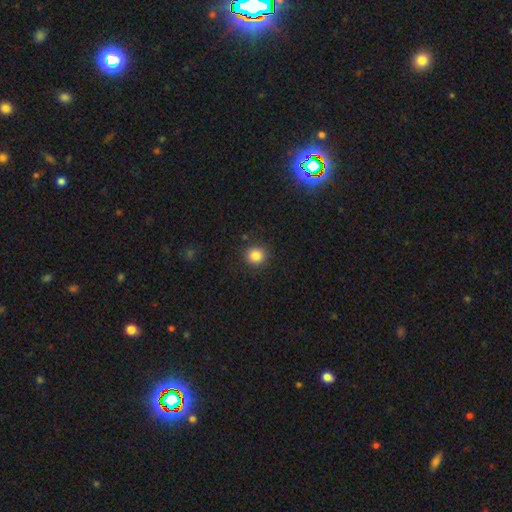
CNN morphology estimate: The model was most divided on "smooth or featured": smooth: 84%, star or artifact: 11%, featured or disk: 5%. More confident: merging — none (89%); how rounded — round (89%).